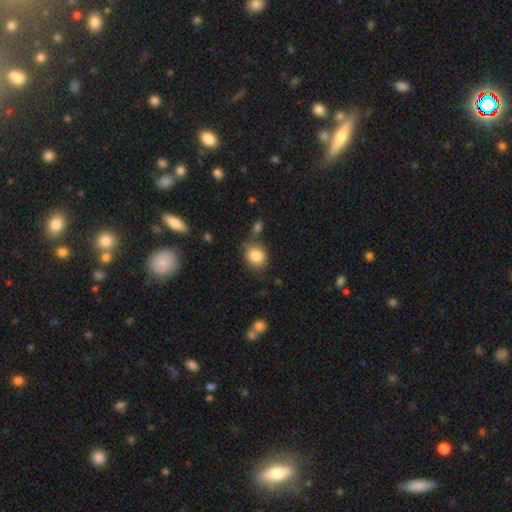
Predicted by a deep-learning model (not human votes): This is clearly a smooth galaxy (84%). How rounded: likely round (66%). Merging: likely none (70%).